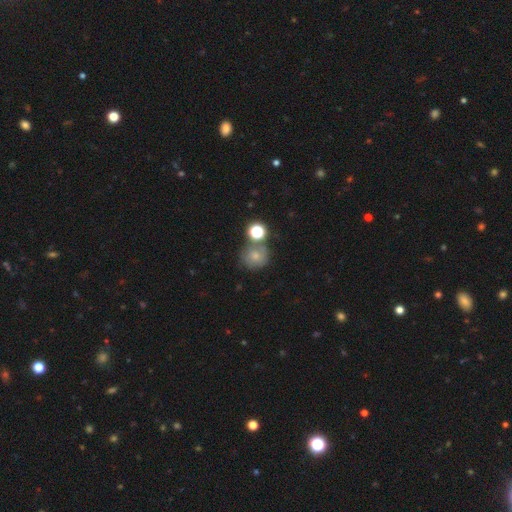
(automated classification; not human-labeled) Smooth or featured? smooth (66%)
How rounded? round (85%)
Merging? none (57%)